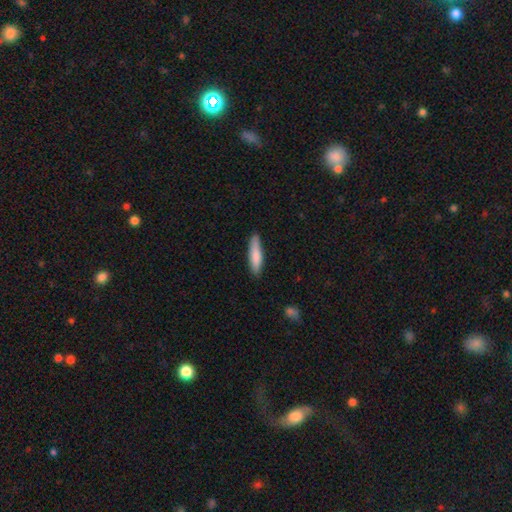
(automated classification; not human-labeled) smooth 81%, featured or disk 14%, star or artifact 5%. Down the decision tree: how rounded — cigar-shaped (77%); merging — none (84%).